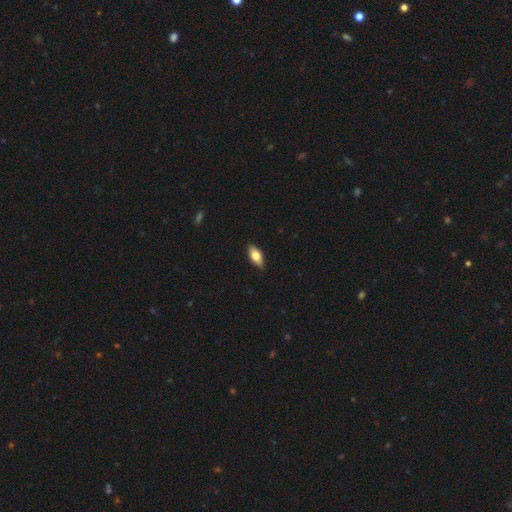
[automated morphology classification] Smooth or featured: smooth — 70% (featured or disk — 24%)
How rounded: in between — 85% (cigar-shaped — 12%)
Merging: none — 87% (minor disturbance — 10%)